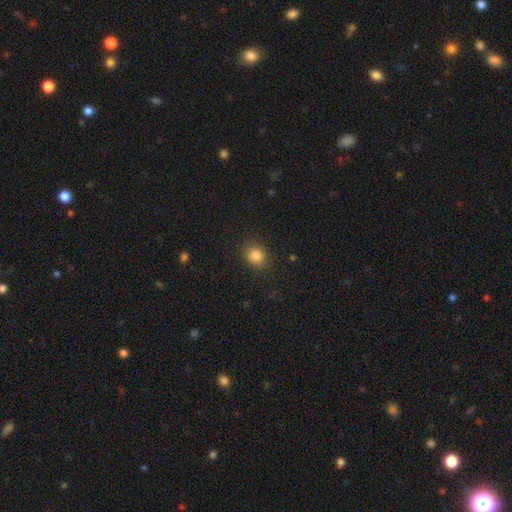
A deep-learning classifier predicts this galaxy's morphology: Smooth or featured? Predicted: smooth (p=0.84). How rounded? Predicted: round (p=0.73). Merging? Predicted: none (p=0.89).